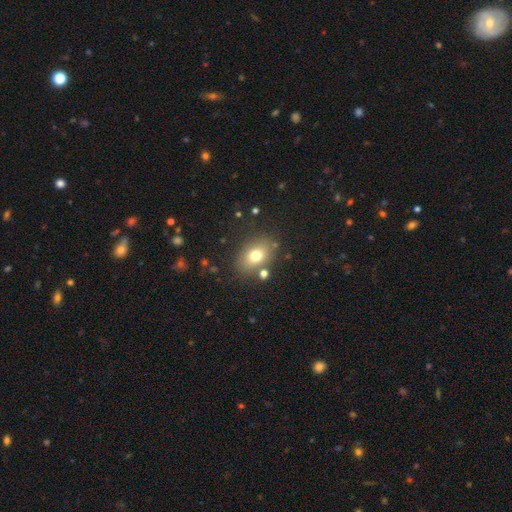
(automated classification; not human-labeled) Smooth or featured?
  - smooth: 74% *
  - featured or disk: 14%
  - star or artifact: 12%
How rounded?
  - in between: 73% *
  - round: 26%
  - cigar-shaped: 1%
Merging?
  - none: 78% *
  - minor disturbance: 12%
  - merger: 6%
  - major disturbance: 4%